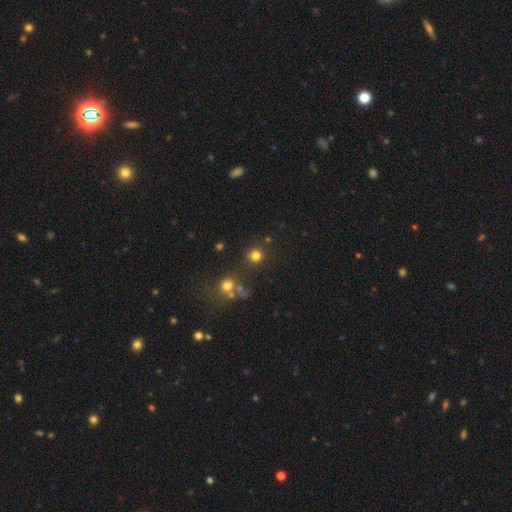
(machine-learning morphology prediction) smooth-or-featured: smooth: 77% | star or artifact: 17% | featured or disk: 6%
  how-rounded: round: 93% | in between: 6% | cigar-shaped: 1%
  merging: none: 80% | merger: 8% | minor disturbance: 8% | major disturbance: 4%